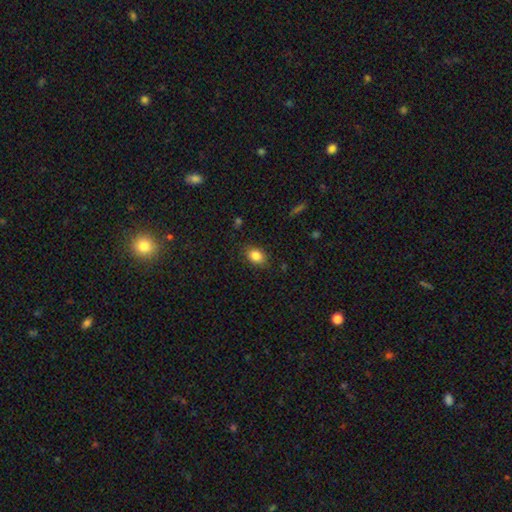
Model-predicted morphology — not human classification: smooth_or_featured: smooth (p=0.85) [alt: star or artifact p=0.09]
how_rounded: in between (p=0.74) [alt: round p=0.24]
merging: none (p=0.82) [alt: minor disturbance p=0.13]